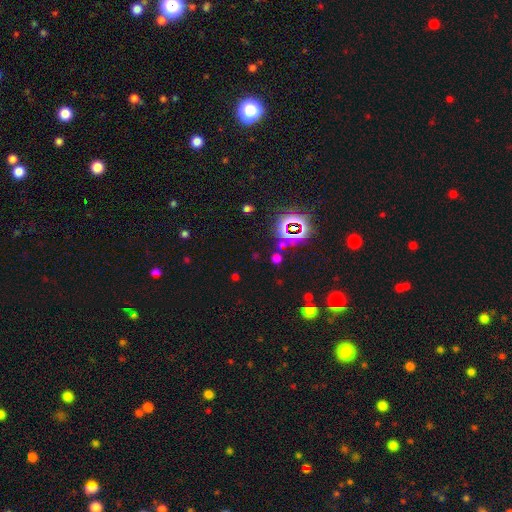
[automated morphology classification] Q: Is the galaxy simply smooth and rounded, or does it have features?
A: star or artifact — 61%.